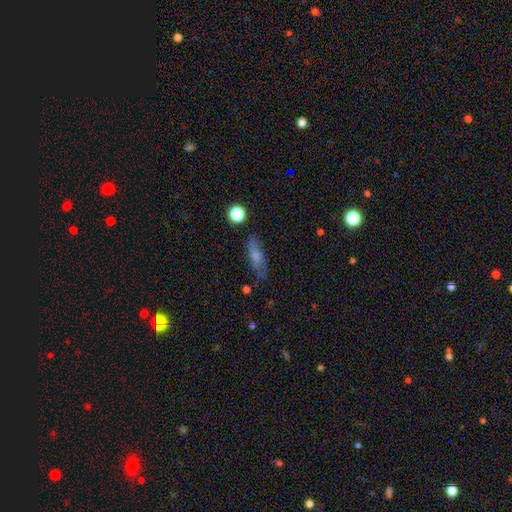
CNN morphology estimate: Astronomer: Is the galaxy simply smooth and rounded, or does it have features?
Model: smooth — 61%.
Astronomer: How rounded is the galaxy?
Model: in between — 54% (runner-up: cigar-shaped, 42%).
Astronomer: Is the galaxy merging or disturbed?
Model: none — 69%.